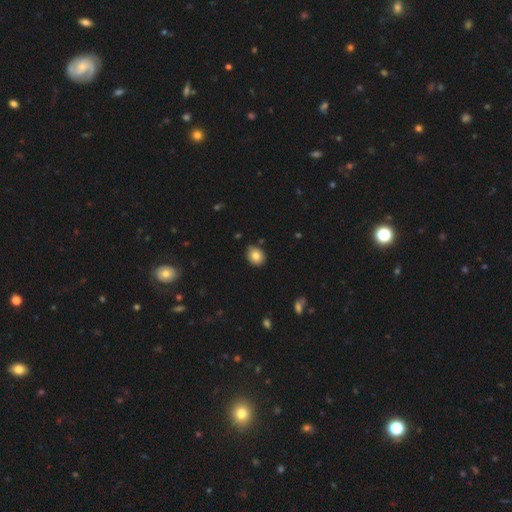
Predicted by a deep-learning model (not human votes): Smooth or featured: smooth — 81% (star or artifact — 10%)
How rounded: round — 57% (in between — 43%)
Merging: none — 80% (minor disturbance — 16%)